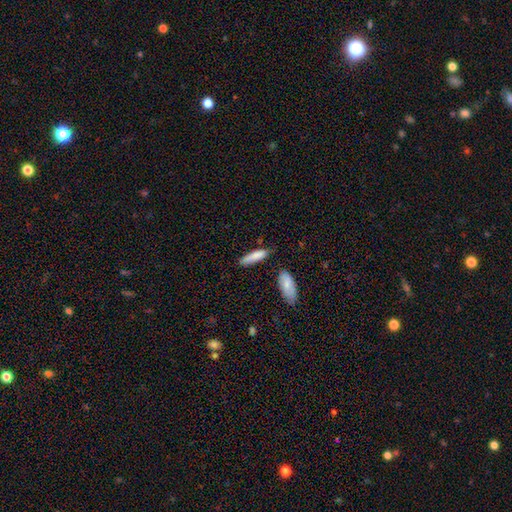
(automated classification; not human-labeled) A smooth galaxy with no disk features (83%) that is cigar-shaped (69%).

Vote fractions:
- Smooth or featured? smooth: 83% / featured or disk: 11% / star or artifact: 6%
- How rounded? cigar-shaped: 69% / in between: 29% / round: 2%
- Merging? none: 71% / minor disturbance: 19% / merger: 6% / major disturbance: 4%